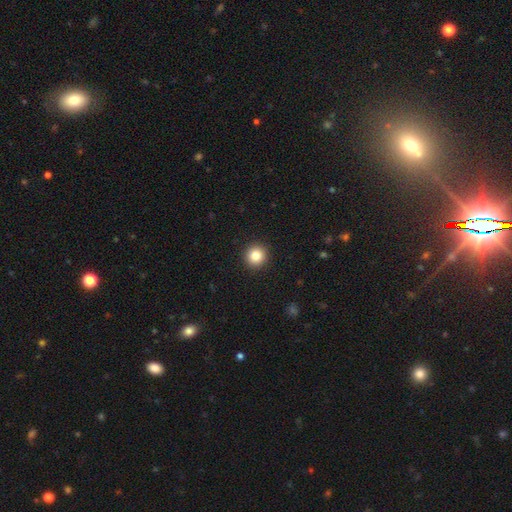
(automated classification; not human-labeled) smooth_or_featured: smooth (p=0.85) [alt: star or artifact p=0.10]
how_rounded: round (p=0.94) [alt: in between p=0.05]
merging: none (p=0.93) [alt: minor disturbance p=0.05]